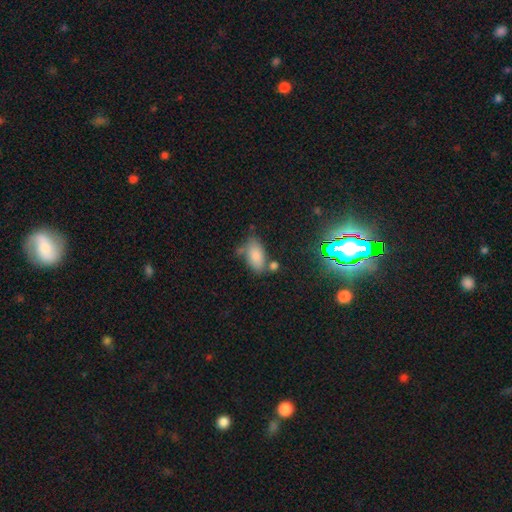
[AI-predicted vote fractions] The model was most divided on "merging": none: 56%, minor disturbance: 20%, merger: 17%, major disturbance: 7%. More confident: how rounded — in between (92%); smooth or featured — smooth (80%).